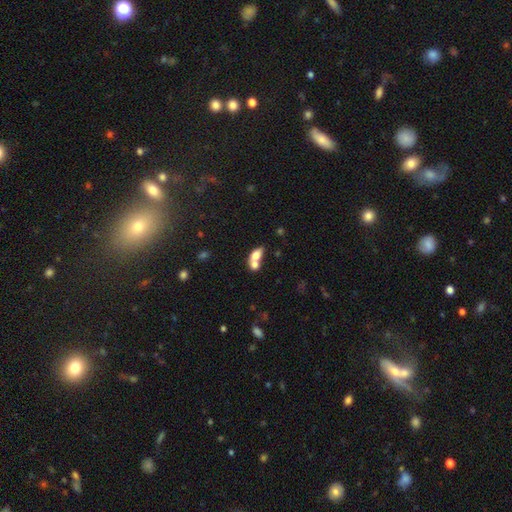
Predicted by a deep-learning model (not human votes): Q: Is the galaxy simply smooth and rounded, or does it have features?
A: smooth — 69%.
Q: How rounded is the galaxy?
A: in between — 75%.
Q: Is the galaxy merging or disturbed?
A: merger — 67%.